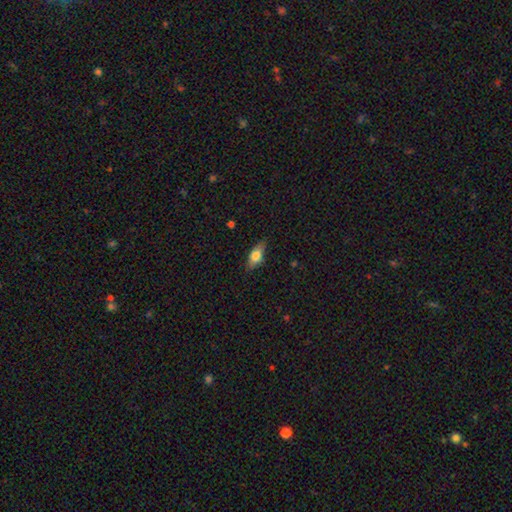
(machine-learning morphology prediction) Q: Smooth or featured?
A: smooth (70%); runner-up: featured or disk (23%)
Q: How rounded?
A: in between (78%); runner-up: cigar-shaped (17%)
Q: Merging?
A: none (84%); runner-up: minor disturbance (13%)